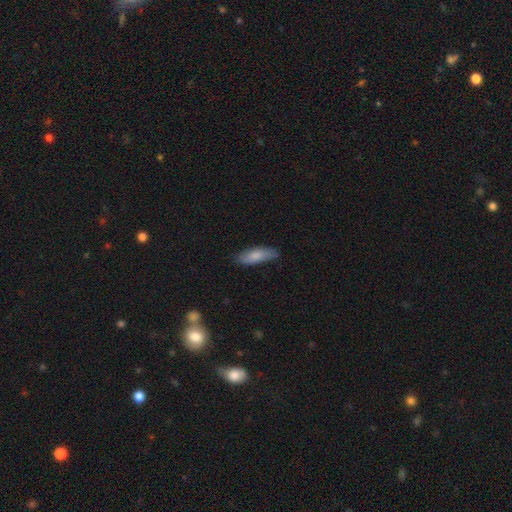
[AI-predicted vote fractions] Smooth or featured? Predicted: smooth (p=0.80). How rounded? Predicted: in between (p=0.50). Merging? Predicted: none (p=0.79).